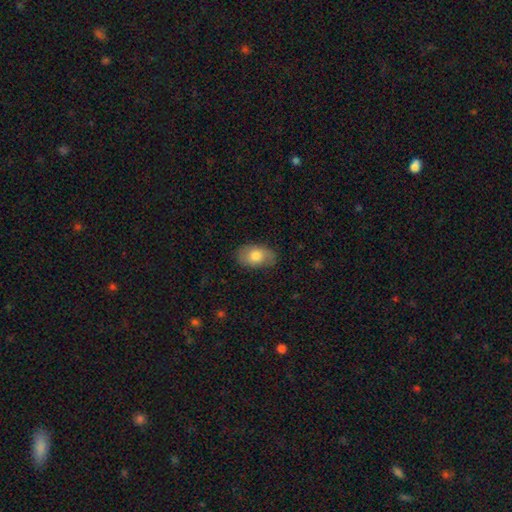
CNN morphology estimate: Q: Smooth or featured?
A: smooth (72%); runner-up: featured or disk (21%)
Q: How rounded?
A: in between (89%); runner-up: round (9%)
Q: Merging?
A: none (78%); runner-up: minor disturbance (17%)